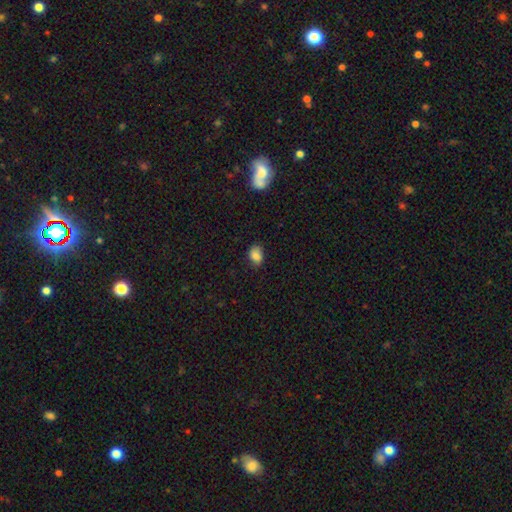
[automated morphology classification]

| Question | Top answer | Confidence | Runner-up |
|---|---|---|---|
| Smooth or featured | smooth | 84% | star or artifact (10%) |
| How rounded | in between | 71% | round (28%) |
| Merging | none | 75% | minor disturbance (20%) |